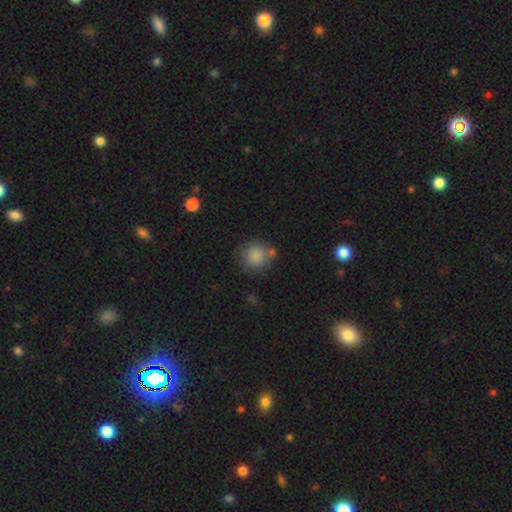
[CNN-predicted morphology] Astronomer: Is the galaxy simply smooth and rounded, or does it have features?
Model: smooth — 85%.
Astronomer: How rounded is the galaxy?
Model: round — 90%.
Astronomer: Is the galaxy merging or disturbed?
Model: none — 68%.